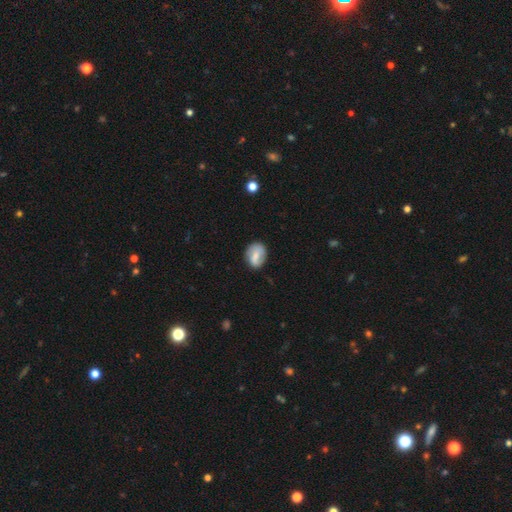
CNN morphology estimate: Smooth or featured? Predicted: smooth (p=0.62). How rounded? Predicted: in between (p=0.61). Merging? Predicted: none (p=0.71).